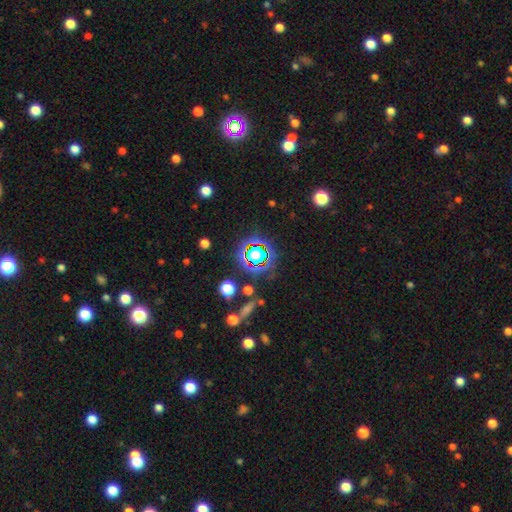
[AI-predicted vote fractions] Overall: star or artifact (62%; smooth 25%).